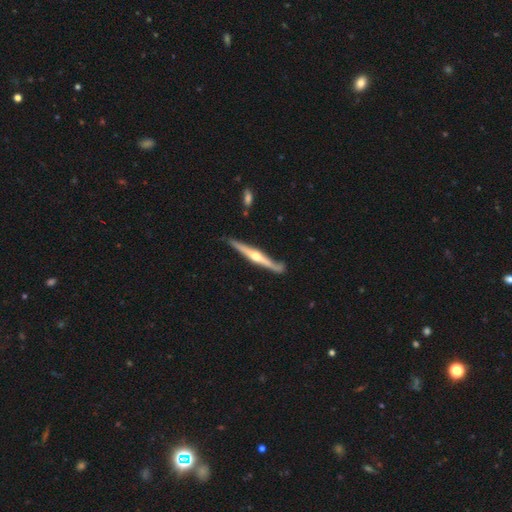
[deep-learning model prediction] Smooth or featured: featured or disk — 79% (smooth — 16%)
Edge-on disk: yes — 97% (no — 3%)
Edge-on bulge: rounded — 92% (none — 5%)
Merging: none — 82% (minor disturbance — 14%)